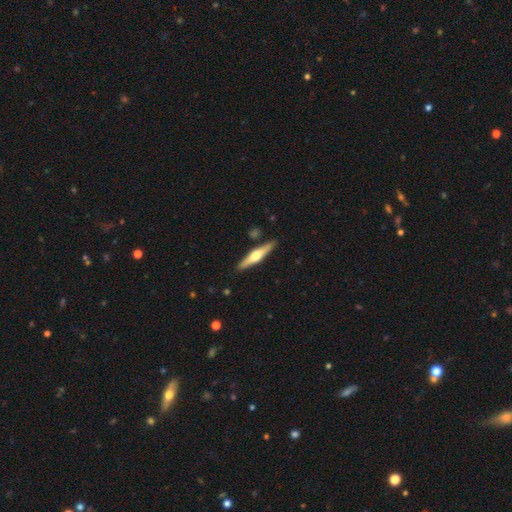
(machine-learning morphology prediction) A featured or disk galaxy (64%) viewed edge-on (97%) with a rounded central bulge (93%).

Vote fractions:
- Smooth or featured? featured or disk: 64% / smooth: 31% / star or artifact: 5%
- Edge-on disk? yes: 97% / no: 3%
- Edge-on bulge? rounded: 93% / boxy: 5% / none: 3%
- Merging? none: 89% / minor disturbance: 7% / merger: 2% / major disturbance: 2%